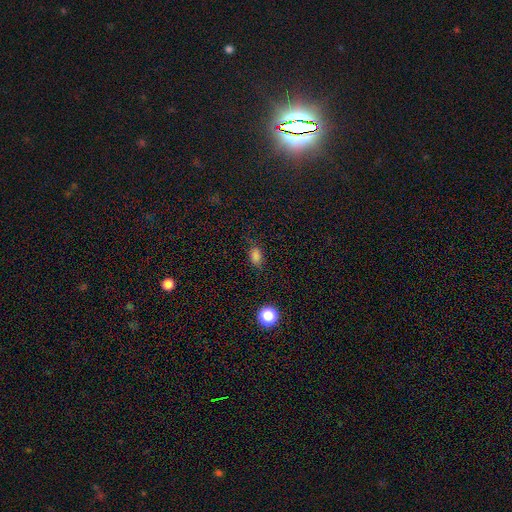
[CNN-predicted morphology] smooth 79%, star or artifact 16%, featured or disk 5%. Down the decision tree: how rounded — in between (82%); merging — none (73%).